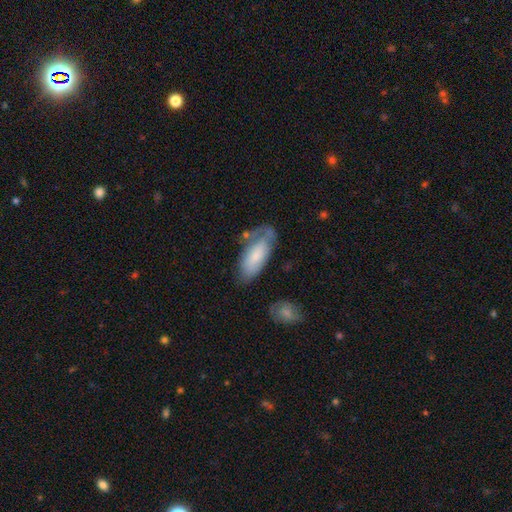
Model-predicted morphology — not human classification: smooth_or_featured: smooth (p=0.69) [alt: featured or disk p=0.25]
how_rounded: in between (p=0.81) [alt: cigar-shaped p=0.17]
merging: none (p=0.51) [alt: minor disturbance p=0.30]